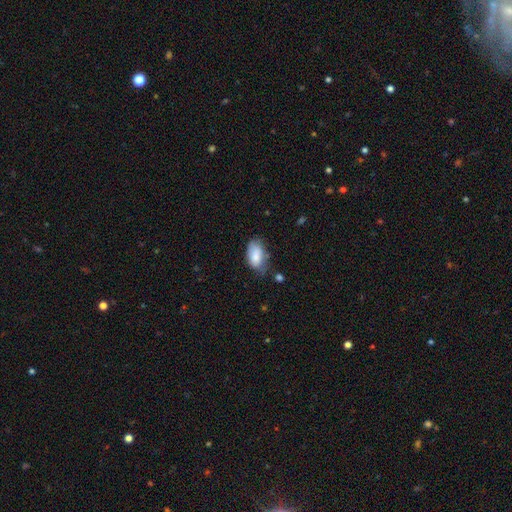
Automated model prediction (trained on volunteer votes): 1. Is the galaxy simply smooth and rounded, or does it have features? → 82% smooth, 11% featured or disk, 7% star or artifact.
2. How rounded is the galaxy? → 94% in between, 4% round, 2% cigar-shaped.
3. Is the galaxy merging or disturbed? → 51% none, 36% minor disturbance, 10% major disturbance, 4% merger.